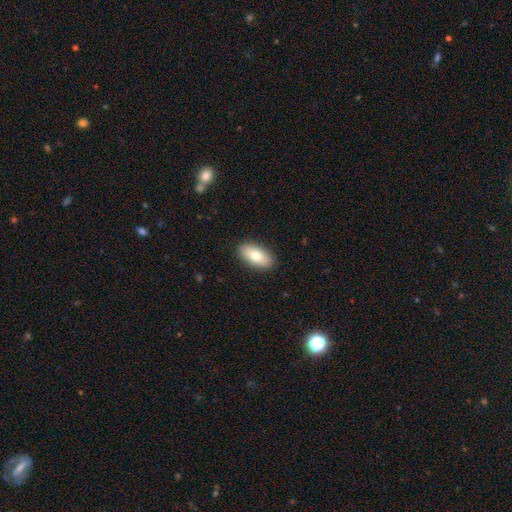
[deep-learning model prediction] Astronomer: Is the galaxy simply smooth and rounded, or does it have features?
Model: smooth — 77%.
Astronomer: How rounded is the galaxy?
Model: in between — 91%.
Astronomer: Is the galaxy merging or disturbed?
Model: none — 90%.